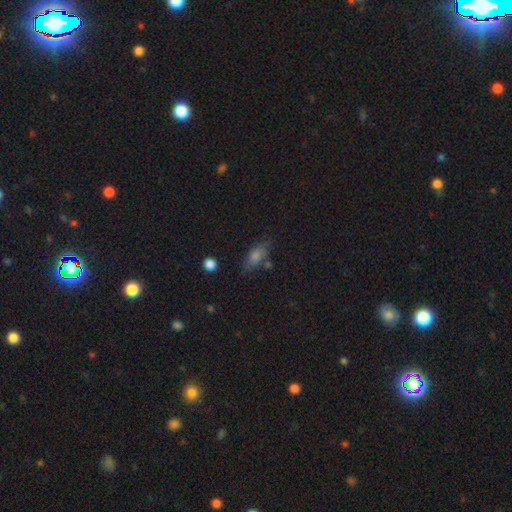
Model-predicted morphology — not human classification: A smooth galaxy with no disk features (67%) that is in between round and cigar-shaped (70%).

Vote fractions:
- Smooth or featured? smooth: 67% / featured or disk: 20% / star or artifact: 14%
- How rounded? in between: 70% / cigar-shaped: 24% / round: 6%
- Merging? none: 74% / minor disturbance: 17% / merger: 6% / major disturbance: 4%